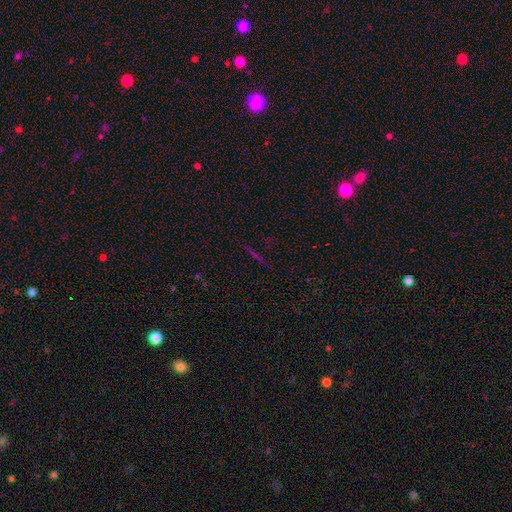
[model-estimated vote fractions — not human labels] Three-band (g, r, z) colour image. It shows a star or artifact, not a galaxy (53%).